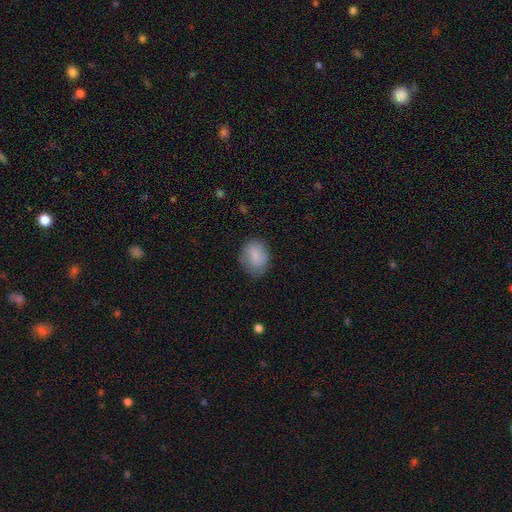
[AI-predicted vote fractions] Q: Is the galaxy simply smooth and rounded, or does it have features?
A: smooth — 81%.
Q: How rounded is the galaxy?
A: in between — 55%.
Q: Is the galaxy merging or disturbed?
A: none — 71%.